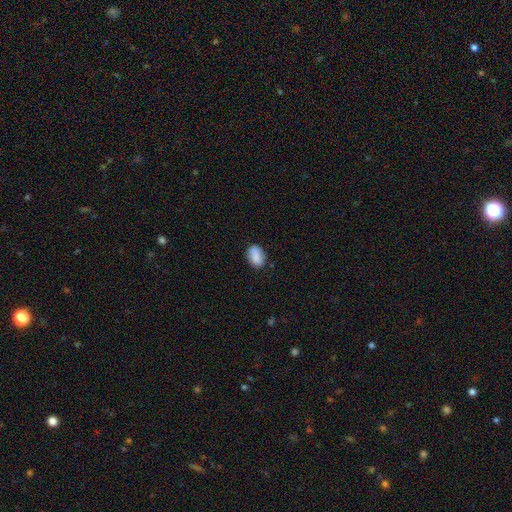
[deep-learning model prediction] Q: Smooth or featured?
A: smooth (86%); runner-up: star or artifact (7%)
Q: How rounded?
A: in between (83%); runner-up: round (15%)
Q: Merging?
A: none (80%); runner-up: minor disturbance (15%)